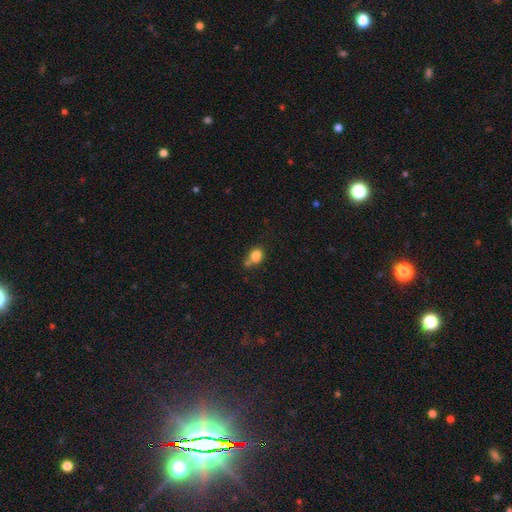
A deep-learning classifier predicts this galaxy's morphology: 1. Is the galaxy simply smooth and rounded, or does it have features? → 81% smooth, 11% star or artifact, 8% featured or disk.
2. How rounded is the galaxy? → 55% round, 44% in between, 1% cigar-shaped.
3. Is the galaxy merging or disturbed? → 45% none, 31% merger, 17% minor disturbance, 6% major disturbance.